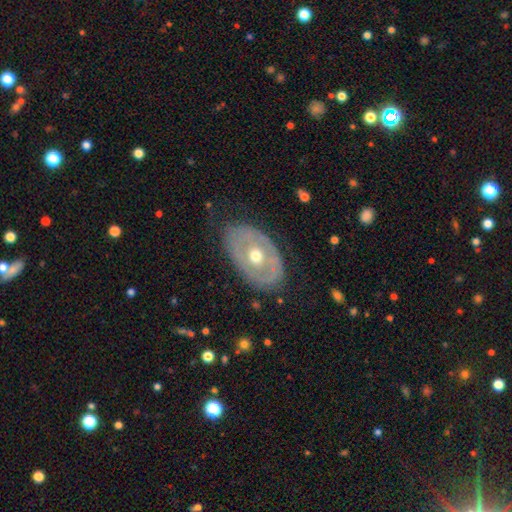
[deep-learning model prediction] Morphology: type=featured or disk (64%); edge-on=no (90%); bar=no (85%); spiral arms=no (76%); bulge=moderate (75%); merging=none (74%).